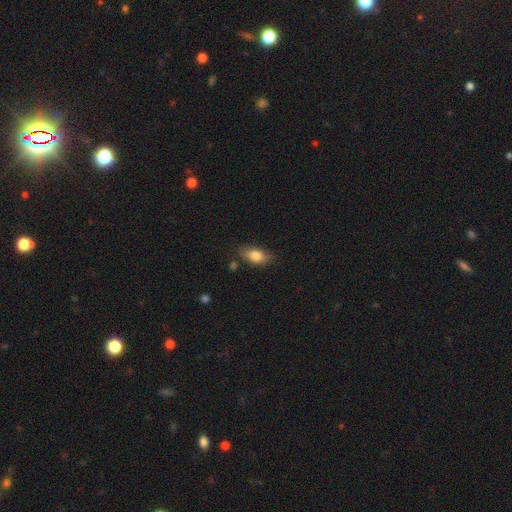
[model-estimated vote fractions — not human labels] Morphology: type=smooth (80%); roundness=in between (87%); merging=none (78%).